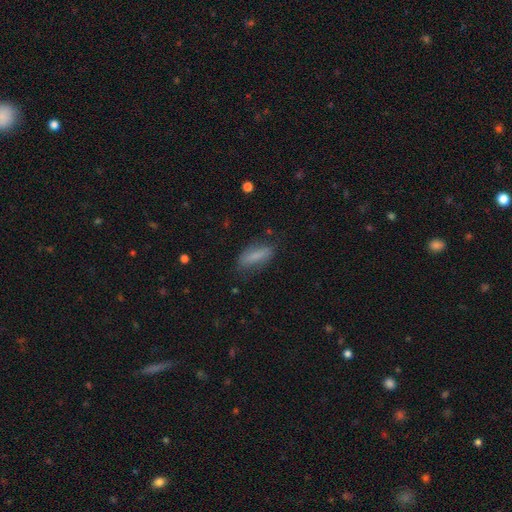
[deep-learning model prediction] This is likely a smooth galaxy (76%). How rounded: possibly in between (55%). Merging: likely none (71%).